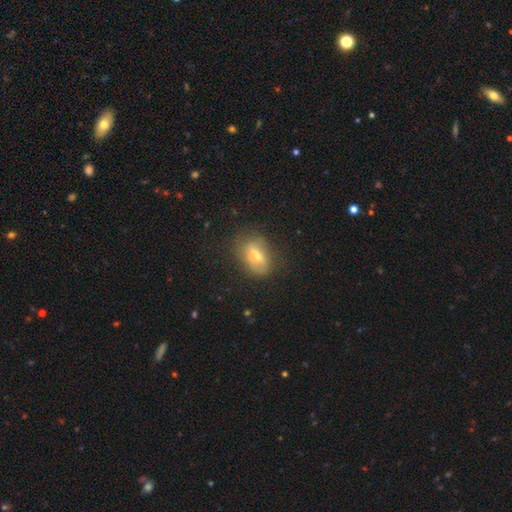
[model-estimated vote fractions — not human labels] A smooth galaxy with no disk features (55%) that is in between round and cigar-shaped (82%).

Vote fractions:
- Smooth or featured? smooth: 55% / featured or disk: 34% / star or artifact: 11%
- How rounded? in between: 82% / round: 14% / cigar-shaped: 4%
- Merging? none: 72% / minor disturbance: 20% / major disturbance: 7% / merger: 2%